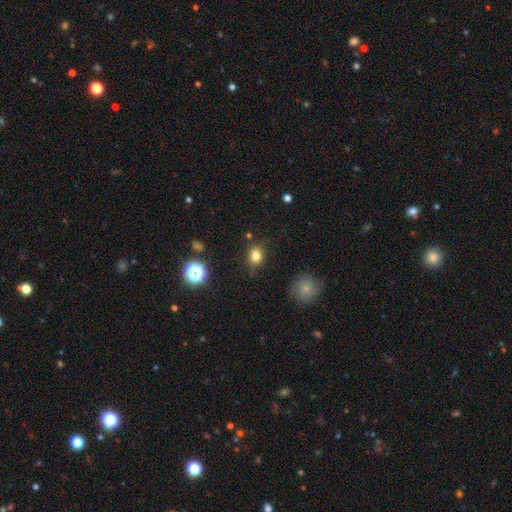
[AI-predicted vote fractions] Smooth or featured?
  - smooth: 79% *
  - star or artifact: 14%
  - featured or disk: 7%
How rounded?
  - in between: 61% *
  - round: 38%
  - cigar-shaped: 1%
Merging?
  - none: 82% *
  - minor disturbance: 13%
  - major disturbance: 3%
  - merger: 2%